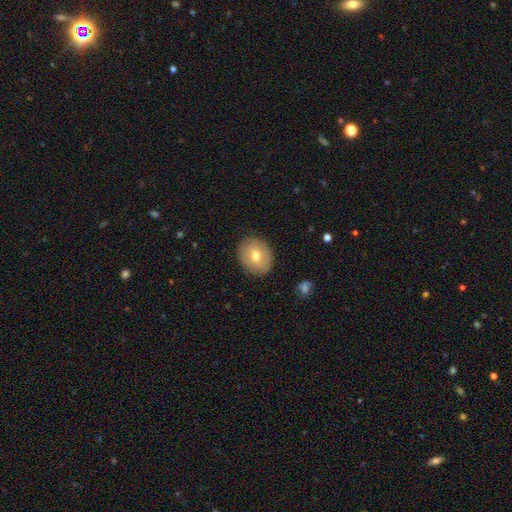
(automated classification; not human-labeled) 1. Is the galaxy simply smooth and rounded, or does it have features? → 68% smooth, 24% featured or disk, 8% star or artifact.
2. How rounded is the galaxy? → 59% round, 40% in between, 1% cigar-shaped.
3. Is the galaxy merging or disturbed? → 87% none, 9% minor disturbance, 3% major disturbance, 1% merger.